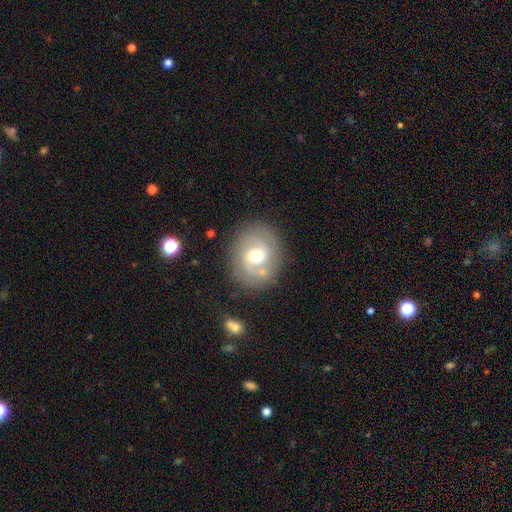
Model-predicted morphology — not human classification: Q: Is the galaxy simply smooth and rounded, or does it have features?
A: featured or disk — 72%.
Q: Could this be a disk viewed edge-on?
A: no — 97%.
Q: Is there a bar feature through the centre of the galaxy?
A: weak — 47%.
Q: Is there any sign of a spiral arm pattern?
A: yes — 88%.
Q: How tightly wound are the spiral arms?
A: medium — 48%.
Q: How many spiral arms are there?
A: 2 — 82%.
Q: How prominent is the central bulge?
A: moderate — 71%.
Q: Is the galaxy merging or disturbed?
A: none — 78%.